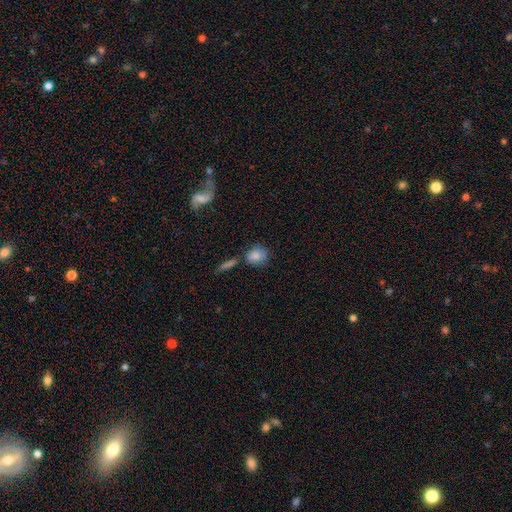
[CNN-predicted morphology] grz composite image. It shows a smooth galaxy with no disk features (82%) that is round (58%). Merging: none (62%).